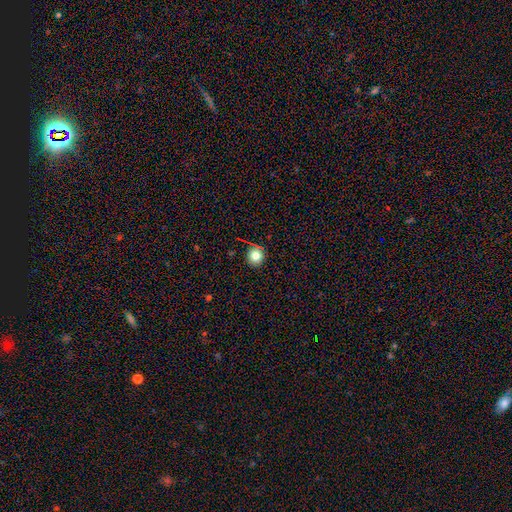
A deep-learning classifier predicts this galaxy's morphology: Overall: smooth (79%). How rounded: round (93%). Merging: none (86%).